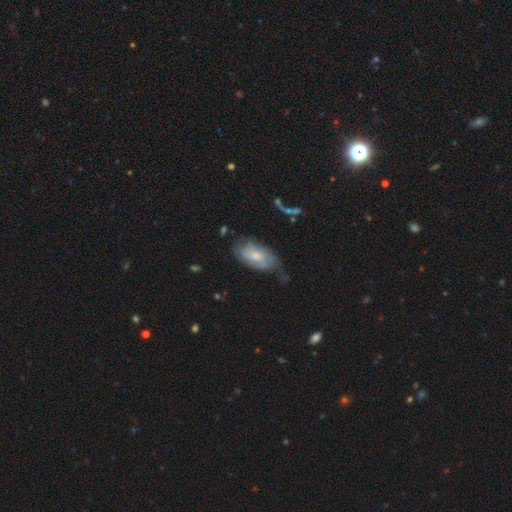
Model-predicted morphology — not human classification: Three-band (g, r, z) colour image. It shows a featured or disk galaxy (62%) with no bar (63%), spiral arms (82%) and a moderate central bulge (52%). Merging: none (51%).